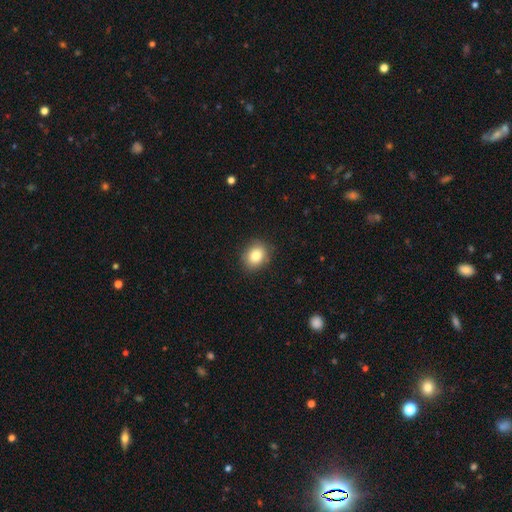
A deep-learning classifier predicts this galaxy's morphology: Q: Smooth or featured?
A: smooth (83%); runner-up: star or artifact (9%)
Q: How rounded?
A: round (56%); runner-up: in between (43%)
Q: Merging?
A: none (86%); runner-up: minor disturbance (10%)